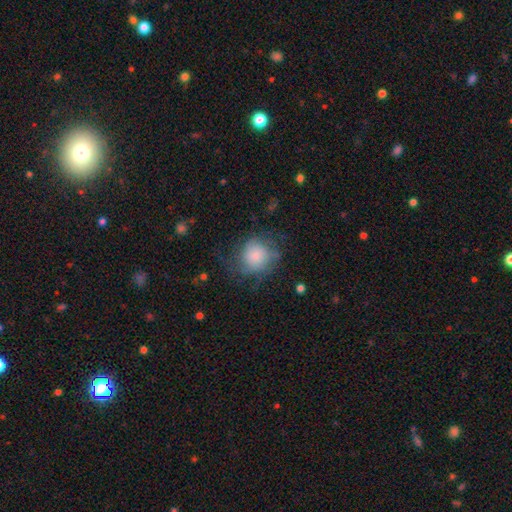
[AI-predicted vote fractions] Smooth or featured? Predicted: smooth (p=0.65). How rounded? Predicted: round (p=0.81). Merging? Predicted: none (p=0.48).